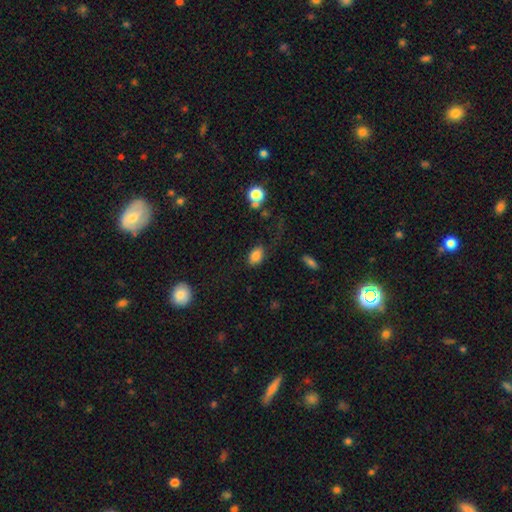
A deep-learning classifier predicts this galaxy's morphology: This is clearly a smooth galaxy (83%). How rounded: clearly in between (85%). Merging: likely none (72%).